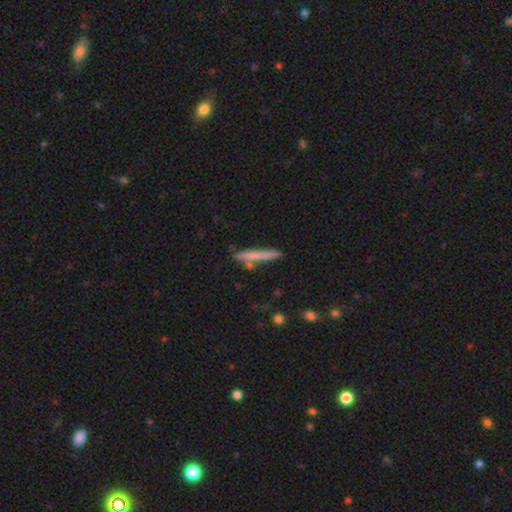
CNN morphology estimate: smooth_or_featured: smooth (p=0.63) [alt: featured or disk p=0.31]
how_rounded: cigar-shaped (p=0.95) [alt: in between p=0.04]
merging: none (p=0.80) [alt: minor disturbance p=0.12]